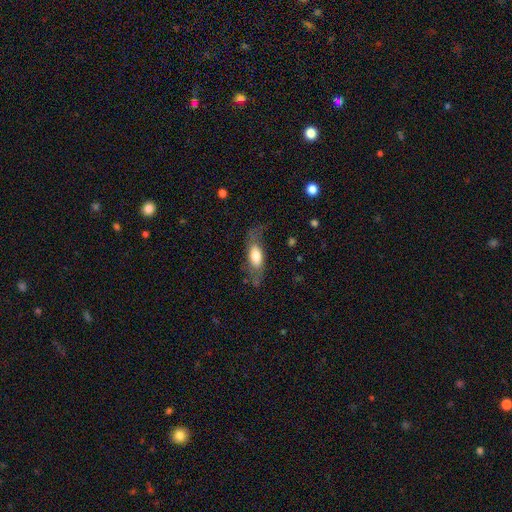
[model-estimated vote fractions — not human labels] Overall: smooth (55%; featured or disk 38%). How rounded: in between (75%). Merging: none (58%; minor disturbance 23%).